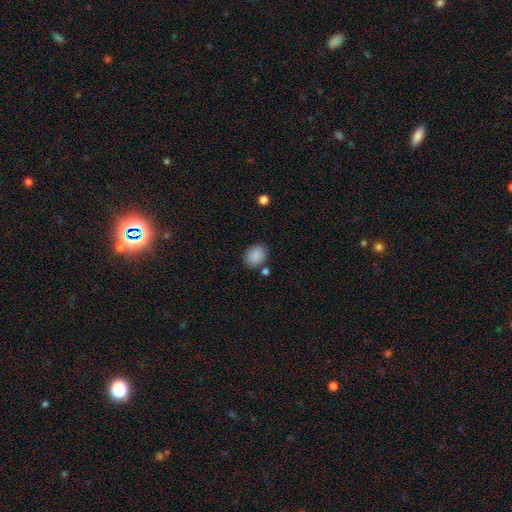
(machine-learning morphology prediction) This appears to be a smooth galaxy with no disk features (88%) that is in between round and cigar-shaped (57%). Merging: none (81%).